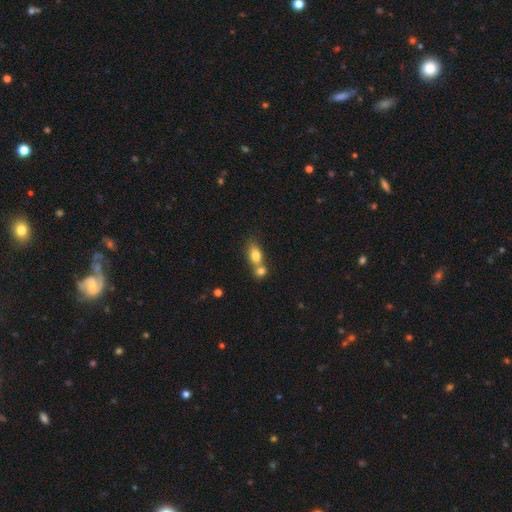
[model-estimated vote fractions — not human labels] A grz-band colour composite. It shows a smooth galaxy with no disk features (78%) that is in between round and cigar-shaped (75%). Merging: merger (55%).